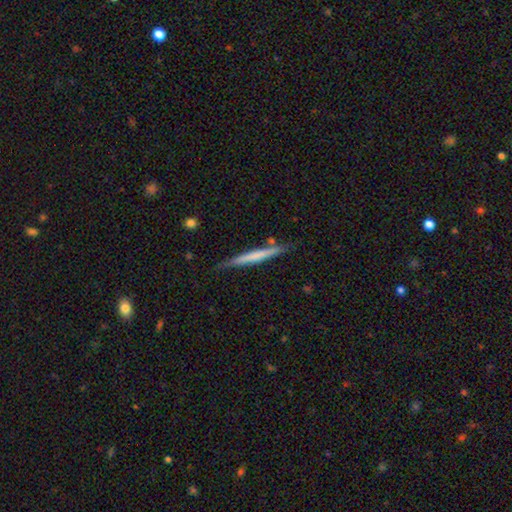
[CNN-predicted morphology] Smooth or featured? Predicted: smooth (p=0.51). How rounded? Predicted: cigar-shaped (p=0.96). Merging? Predicted: none (p=0.83).